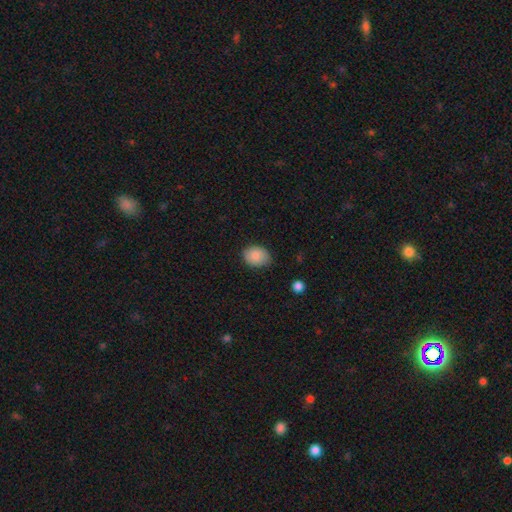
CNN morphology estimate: This appears to be a smooth galaxy with no disk features (88%) that is in between round and cigar-shaped (63%). Merging: none (76%).